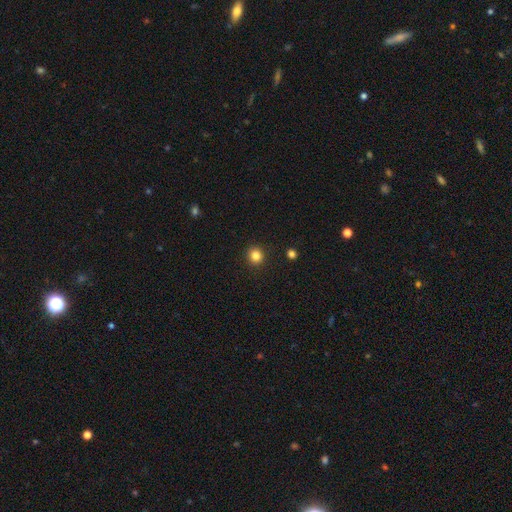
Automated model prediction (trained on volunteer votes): Smooth or featured: smooth — 83% (star or artifact — 12%)
How rounded: round — 92% (in between — 7%)
Merging: none — 92% (minor disturbance — 5%)